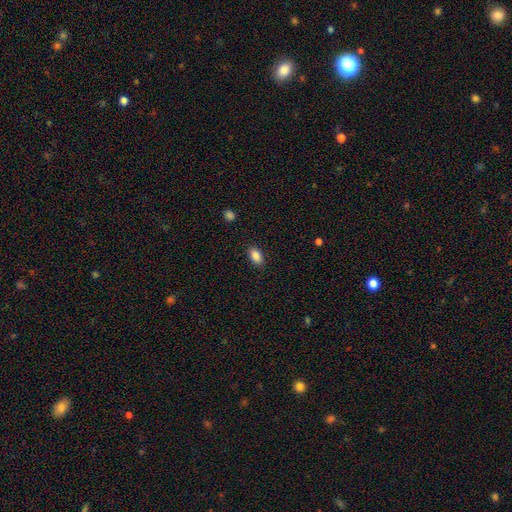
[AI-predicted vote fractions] Overall: smooth (87%). How rounded: in between (91%). Merging: none (88%).